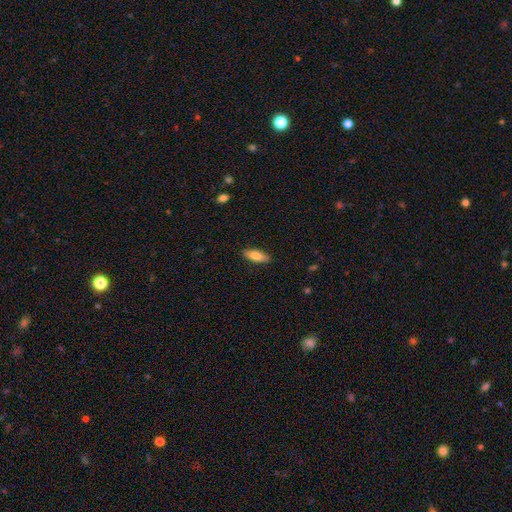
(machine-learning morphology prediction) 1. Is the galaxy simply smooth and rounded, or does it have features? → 75% smooth, 19% featured or disk, 6% star or artifact.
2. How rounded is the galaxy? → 62% in between, 36% cigar-shaped, 2% round.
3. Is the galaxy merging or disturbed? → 87% none, 10% minor disturbance, 2% major disturbance, 1% merger.